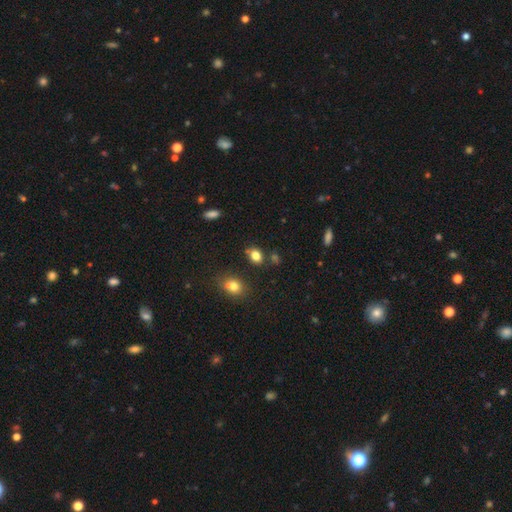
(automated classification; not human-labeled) Smooth or featured? smooth (81%)
How rounded? in between (66%)
Merging? none (72%)